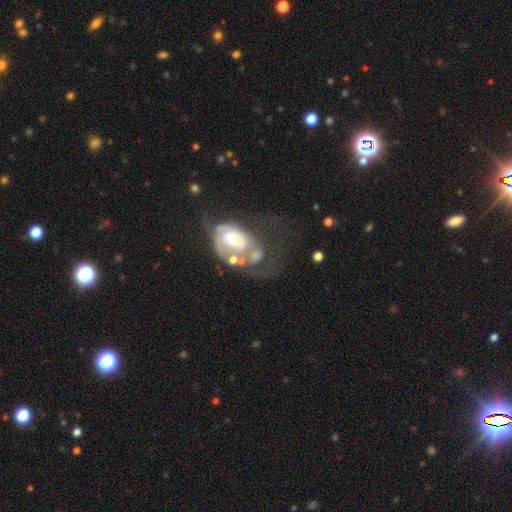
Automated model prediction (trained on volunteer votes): smooth_or_featured: featured or disk (p=0.64) [alt: smooth p=0.26]
disk_edge_on: no (p=0.96) [alt: yes p=0.04]
bar: no (p=0.74) [alt: weak p=0.21]
has_spiral_arms: yes (p=0.53) [alt: no p=0.47]
bulge_size: moderate (p=0.38) [alt: large p=0.29]
merging: major disturbance (p=0.46) [alt: merger p=0.22]